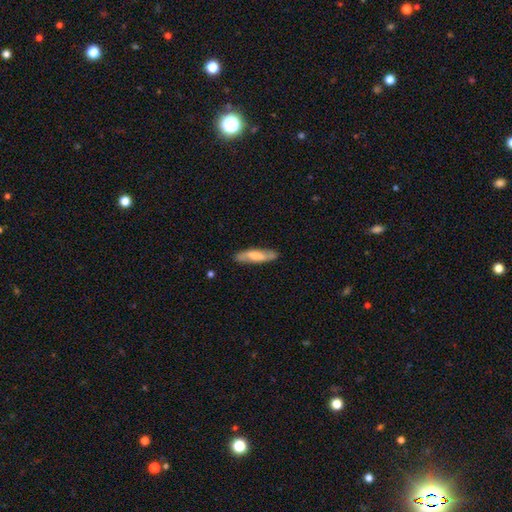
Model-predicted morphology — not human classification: A smooth galaxy with no disk features (54%) that is cigar-shaped (69%).

Vote fractions:
- Smooth or featured? smooth: 54% / featured or disk: 40% / star or artifact: 6%
- How rounded? cigar-shaped: 69% / in between: 29% / round: 2%
- Merging? none: 83% / minor disturbance: 13% / major disturbance: 3% / merger: 2%